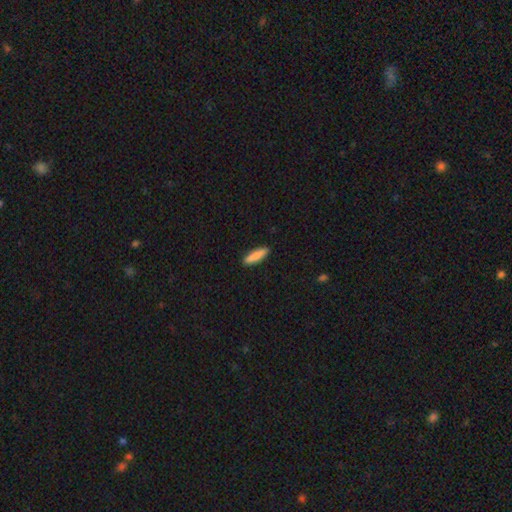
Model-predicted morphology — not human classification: smooth 86%, featured or disk 8%, star or artifact 6%. Down the decision tree: how rounded — cigar-shaped (74%); merging — none (91%).